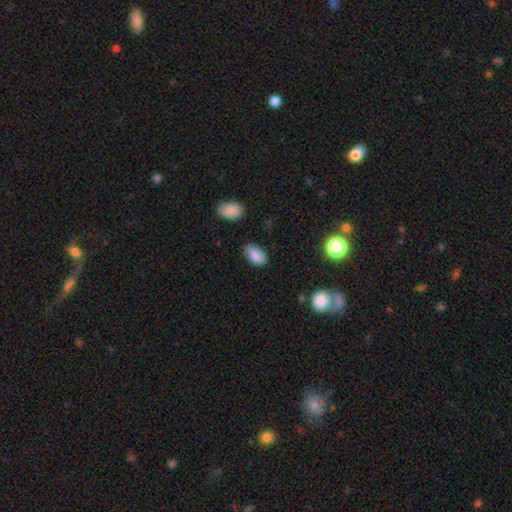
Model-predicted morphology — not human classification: Overall: smooth (81%). How rounded: in between (93%). Merging: none (69%).